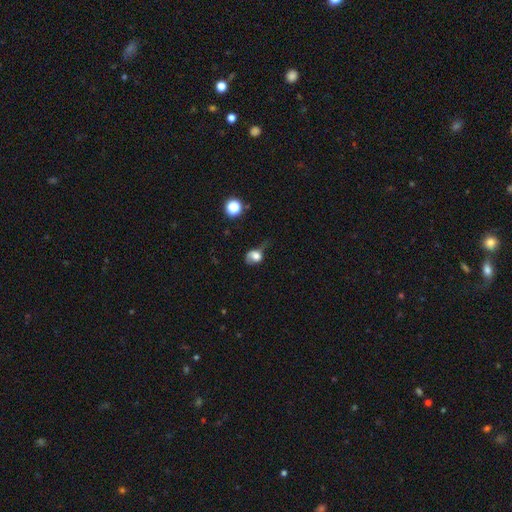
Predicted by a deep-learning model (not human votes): Smooth or featured? Predicted: smooth (p=0.65). How rounded? Predicted: round (p=0.50). Merging? Predicted: major disturbance (p=0.44).